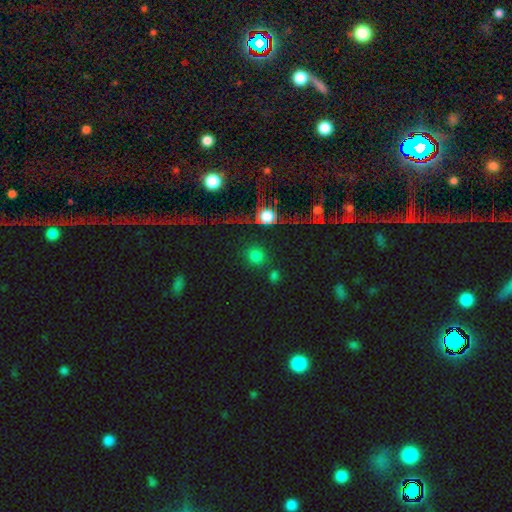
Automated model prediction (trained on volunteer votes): Q: Smooth or featured?
A: smooth (68%); runner-up: star or artifact (26%)
Q: How rounded?
A: round (85%); runner-up: in between (13%)
Q: Merging?
A: none (83%); runner-up: minor disturbance (8%)